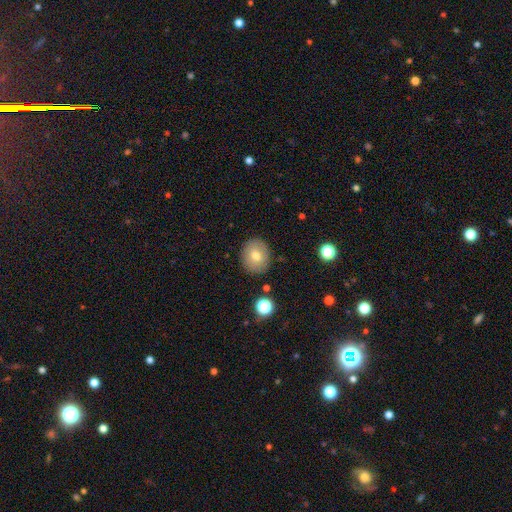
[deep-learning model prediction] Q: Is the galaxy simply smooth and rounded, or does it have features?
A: smooth — 72%.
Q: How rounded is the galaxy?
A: round — 67%.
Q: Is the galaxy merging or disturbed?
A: none — 85%.